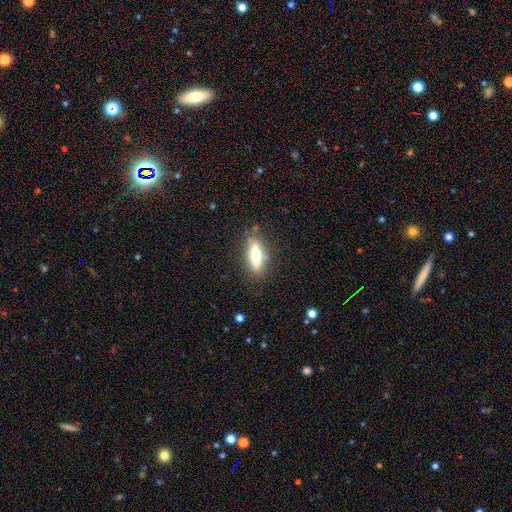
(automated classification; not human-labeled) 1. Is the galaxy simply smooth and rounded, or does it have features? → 47% smooth, 46% featured or disk, 7% star or artifact.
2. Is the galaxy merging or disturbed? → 81% none, 13% minor disturbance, 4% major disturbance, 2% merger.